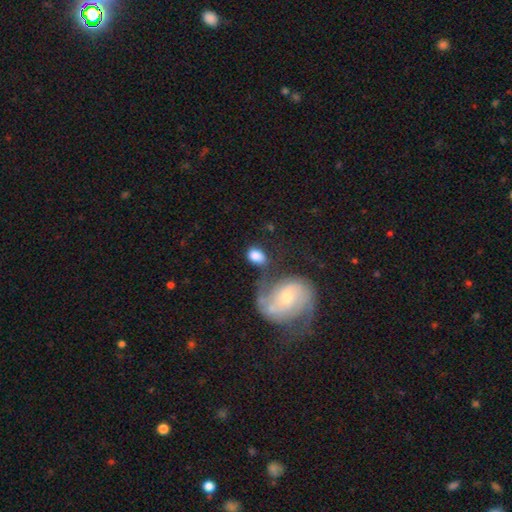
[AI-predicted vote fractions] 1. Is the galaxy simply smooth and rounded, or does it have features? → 75% smooth, 17% featured or disk, 7% star or artifact.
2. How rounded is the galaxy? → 75% in between, 23% round, 2% cigar-shaped.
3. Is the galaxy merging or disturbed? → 49% none, 20% merger, 19% minor disturbance, 11% major disturbance.